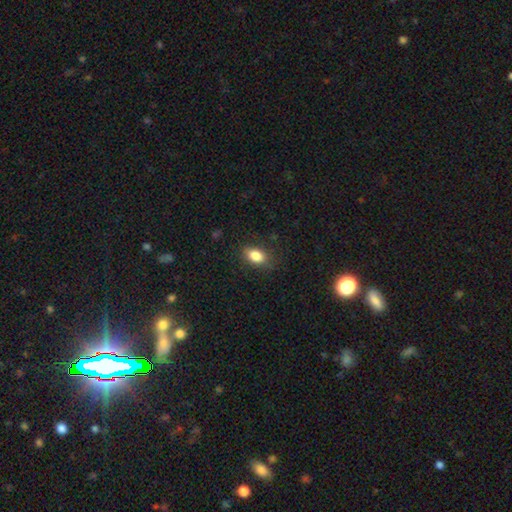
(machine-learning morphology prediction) Smooth or featured: smooth — 84% (star or artifact — 9%)
How rounded: in between — 86% (round — 11%)
Merging: none — 81% (minor disturbance — 14%)